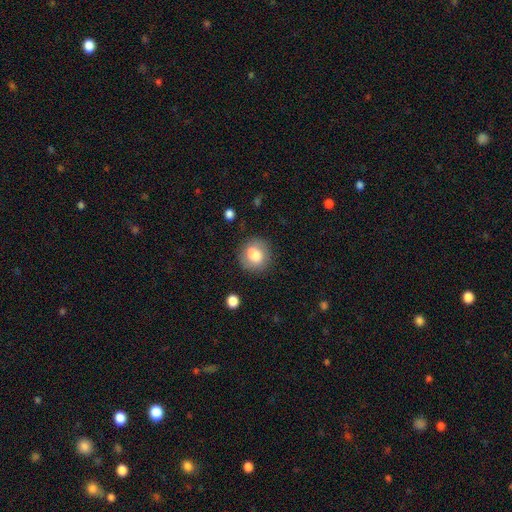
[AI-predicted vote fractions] smooth_or_featured: smooth (p=0.75) [alt: featured or disk p=0.16]
how_rounded: round (p=0.71) [alt: in between p=0.28]
merging: none (p=0.63) [alt: minor disturbance p=0.18]